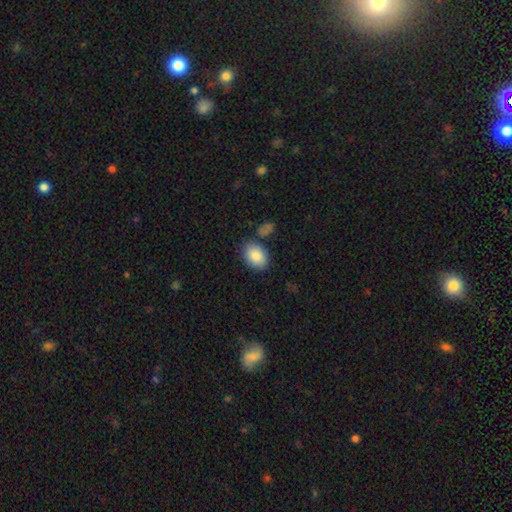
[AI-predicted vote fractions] A smooth galaxy with no disk features (86%) that is in between round and cigar-shaped (78%).

Vote fractions:
- Smooth or featured? smooth: 86% / star or artifact: 7% / featured or disk: 7%
- How rounded? in between: 78% / round: 21% / cigar-shaped: 1%
- Merging? none: 76% / minor disturbance: 14% / merger: 7% / major disturbance: 4%